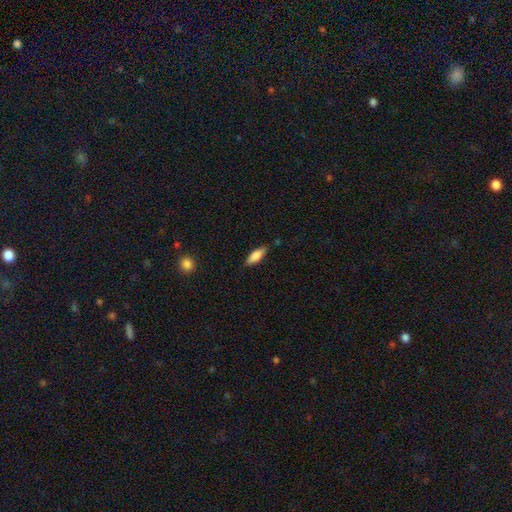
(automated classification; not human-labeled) Smooth or featured? Predicted: smooth (p=0.82). How rounded? Predicted: in between (p=0.56). Merging? Predicted: none (p=0.83).